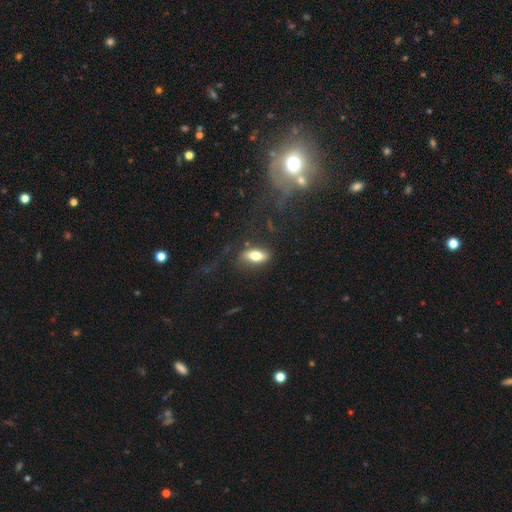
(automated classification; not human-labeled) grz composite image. It shows a smooth galaxy with no disk features (70%) that is in between round and cigar-shaped (81%). Merging: none (71%).